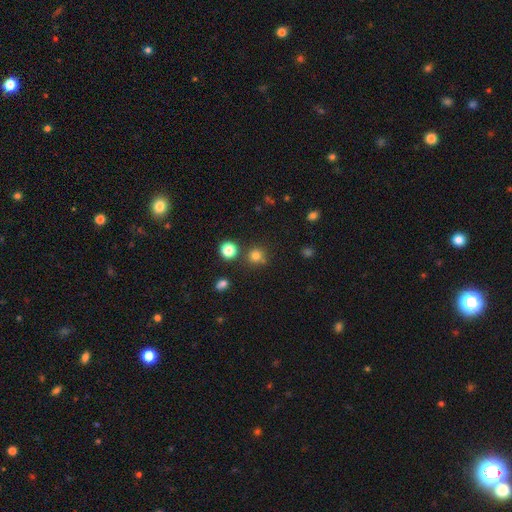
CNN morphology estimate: The model was most divided on "smooth or featured": smooth: 76%, star or artifact: 18%, featured or disk: 6%. More confident: how rounded — round (92%); merging — none (75%).